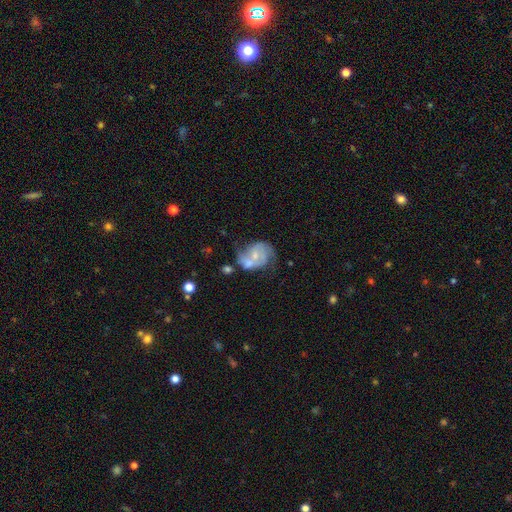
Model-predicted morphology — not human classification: smooth-or-featured: featured or disk: 66% | smooth: 27% | star or artifact: 7%
  disk-edge-on: no: 98% | yes: 2%
    bar: no: 60% | weak: 33% | strong: 7%
    has-spiral-arms: yes: 81% | no: 19%
      spiral-winding: medium: 47% | loose: 30% | tight: 23%
      spiral-arm-count: 2: 76% | can't tell: 13% | 1: 4% | 3: 4% | 4: 1% | more than 4: 1%
    bulge-size: small: 53% | moderate: 36% | none: 7% | large: 2% | dominant: 1%
  merging: none: 34% | merger: 32% | minor disturbance: 20% | major disturbance: 14%